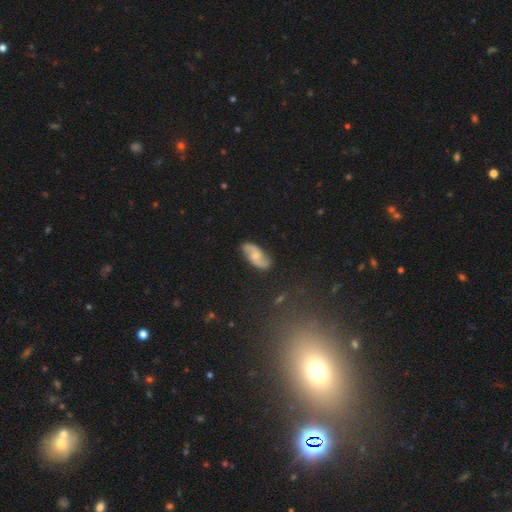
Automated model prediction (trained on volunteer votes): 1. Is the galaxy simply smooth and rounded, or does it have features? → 74% featured or disk, 19% smooth, 6% star or artifact.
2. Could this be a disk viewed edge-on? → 95% no, 5% yes.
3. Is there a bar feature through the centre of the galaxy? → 57% no, 36% weak, 7% strong.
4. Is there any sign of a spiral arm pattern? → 95% yes, 5% no.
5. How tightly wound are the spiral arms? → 49% loose, 38% medium, 13% tight.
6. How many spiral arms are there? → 92% 2, 4% can't tell, 1% 1, 1% 3, 1% 4, 1% more than 4.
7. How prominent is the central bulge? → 46% small, 39% moderate, 11% none, 3% large, 1% dominant.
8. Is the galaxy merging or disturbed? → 82% none, 13% minor disturbance, 3% major disturbance, 2% merger.